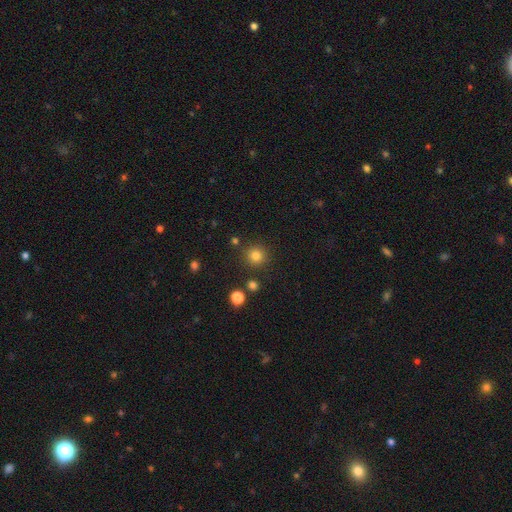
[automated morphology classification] Overall: smooth (80%). How rounded: round (94%). Merging: none (87%).